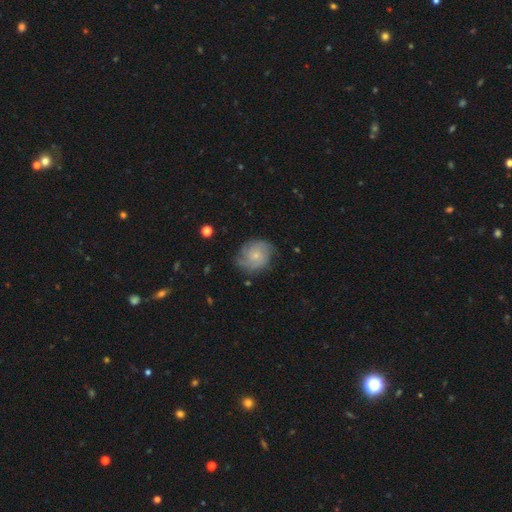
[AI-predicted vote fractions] This is likely a featured or disk galaxy (63%). It is clearly not viewed edge-on (98%). Bar: likely no (80%). Spiral arm pattern: clearly yes (91%). Spiral arm count: marginally can't tell (31%). Spiral winding: possibly tight (53%). Central bulge: likely small (74%). Merging: likely none (69%).